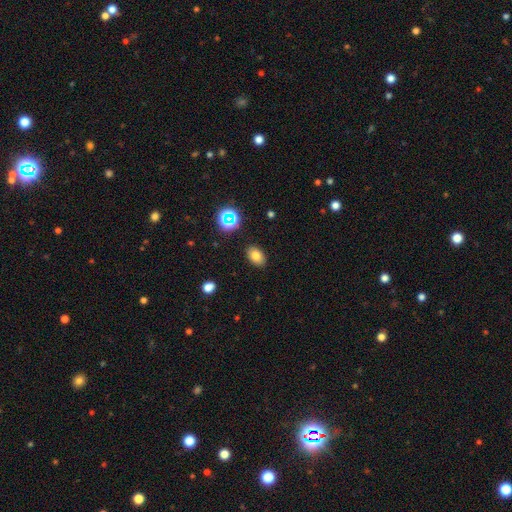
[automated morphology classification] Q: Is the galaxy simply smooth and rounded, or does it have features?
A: smooth — 77%.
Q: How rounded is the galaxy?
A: in between — 84%.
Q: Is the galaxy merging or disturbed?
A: none — 88%.